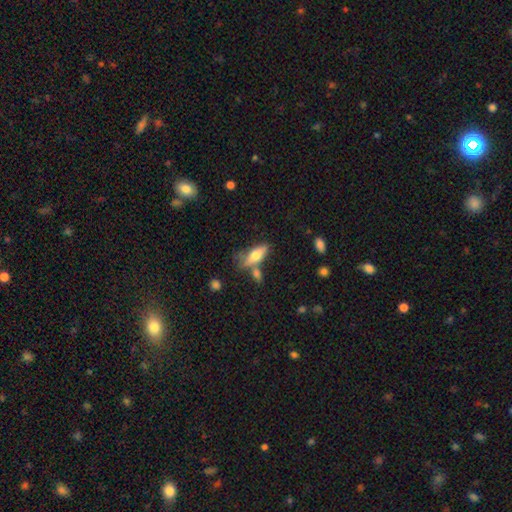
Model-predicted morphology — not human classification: Overall: smooth (62%; featured or disk 31%). How rounded: in between (59%; cigar-shaped 39%). Merging: none (49%; merger 23%).